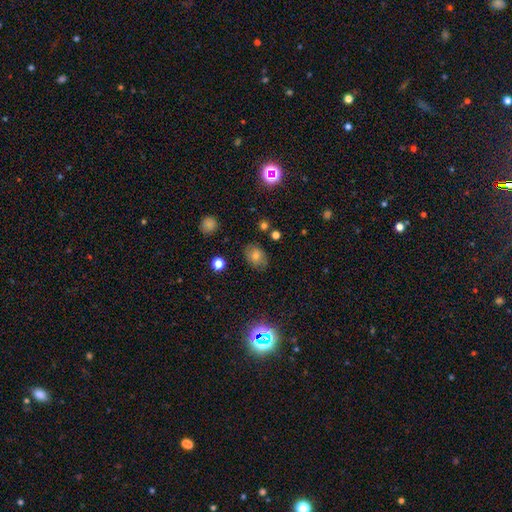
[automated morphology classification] smooth 64%, featured or disk 19%, star or artifact 18%. Down the decision tree: how rounded — in between (64%); merging — none (79%).